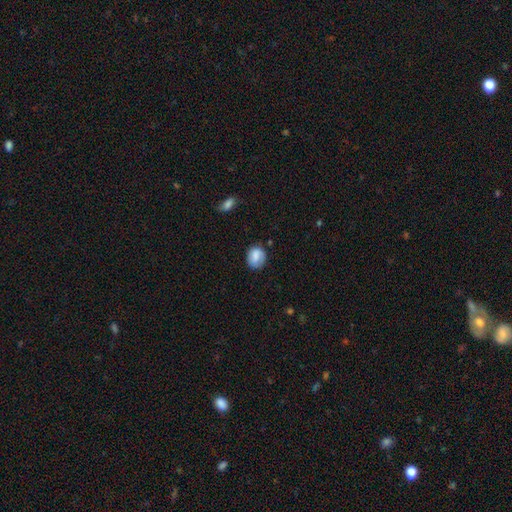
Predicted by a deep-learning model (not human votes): smooth_or_featured: smooth (p=0.76) [alt: featured or disk p=0.16]
how_rounded: round (p=0.61) [alt: in between p=0.38]
merging: none (p=0.73) [alt: minor disturbance p=0.20]